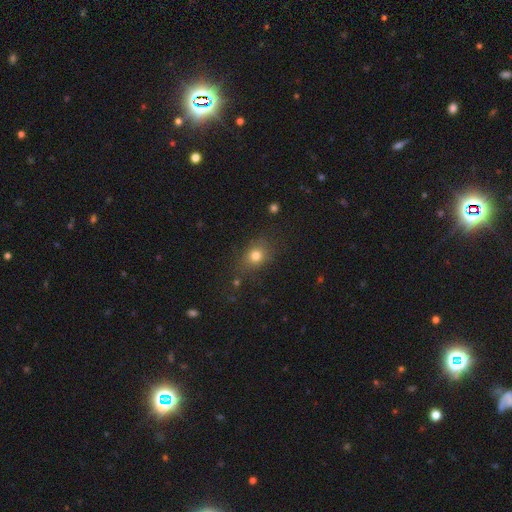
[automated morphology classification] Smooth or featured?
  - smooth: 76% *
  - star or artifact: 15%
  - featured or disk: 9%
How rounded?
  - round: 56% *
  - in between: 42%
  - cigar-shaped: 2%
Merging?
  - none: 74% *
  - minor disturbance: 17%
  - major disturbance: 7%
  - merger: 3%